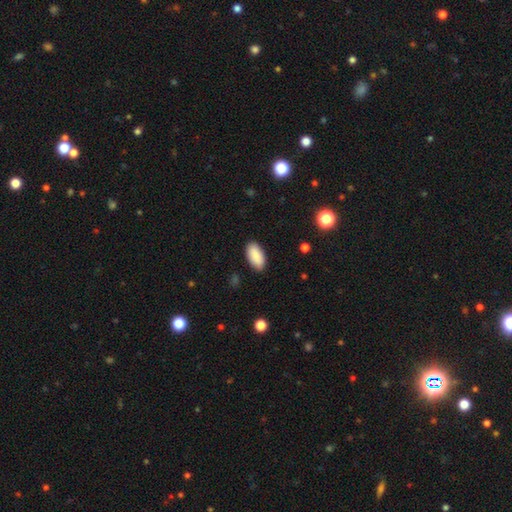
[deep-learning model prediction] smooth-or-featured: smooth: 88% | star or artifact: 6% | featured or disk: 6%
  how-rounded: in between: 94% | cigar-shaped: 4% | round: 2%
  merging: none: 88% | minor disturbance: 9% | major disturbance: 2% | merger: 1%